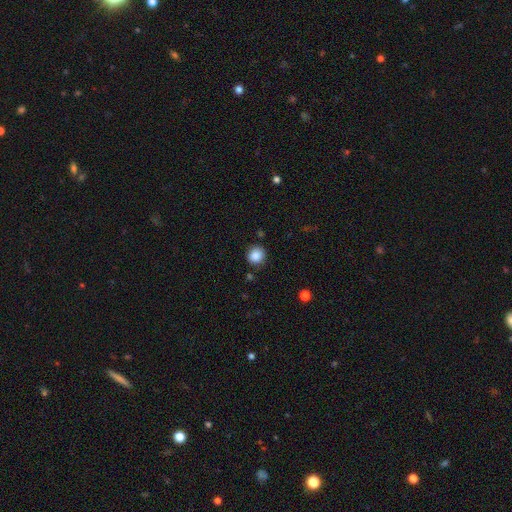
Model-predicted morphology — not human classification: smooth 87%, star or artifact 10%, featured or disk 3%. Down the decision tree: how rounded — round (90%); merging — none (86%).